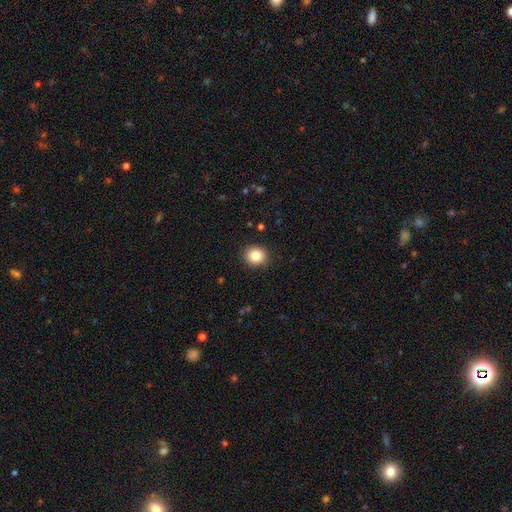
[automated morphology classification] Overall: smooth (84%). How rounded: round (84%). Merging: none (91%).